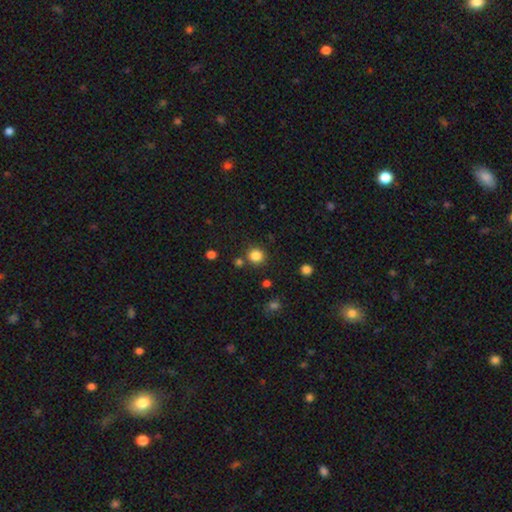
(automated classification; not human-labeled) A smooth galaxy with no disk features (83%) that is round (91%).

Vote fractions:
- Smooth or featured? smooth: 83% / star or artifact: 13% / featured or disk: 4%
- How rounded? round: 91% / in between: 8% / cigar-shaped: 1%
- Merging? none: 83% / merger: 7% / minor disturbance: 7% / major disturbance: 3%